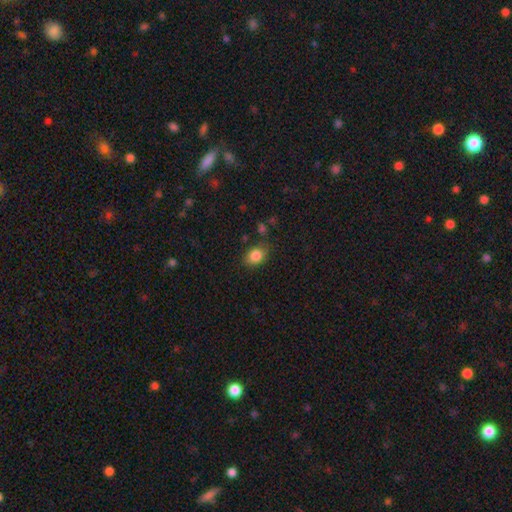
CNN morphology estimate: smooth-or-featured: smooth: 85% | star or artifact: 9% | featured or disk: 6%
  how-rounded: in between: 64% | round: 35% | cigar-shaped: 1%
  merging: none: 77% | minor disturbance: 16% | major disturbance: 4% | merger: 3%